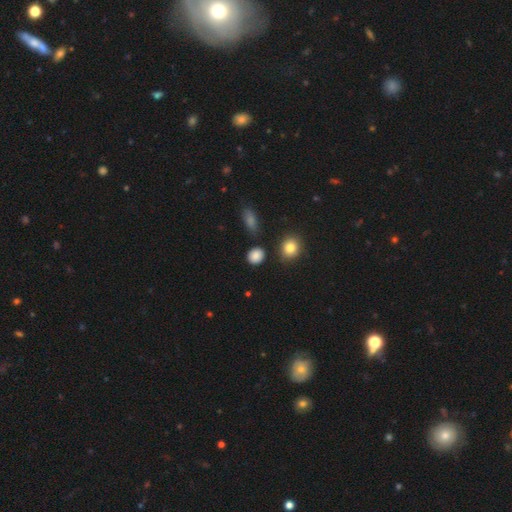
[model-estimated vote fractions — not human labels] smooth-or-featured: smooth: 87% | star or artifact: 9% | featured or disk: 4%
  how-rounded: round: 74% | in between: 24% | cigar-shaped: 1%
  merging: none: 85% | minor disturbance: 9% | merger: 3% | major disturbance: 3%